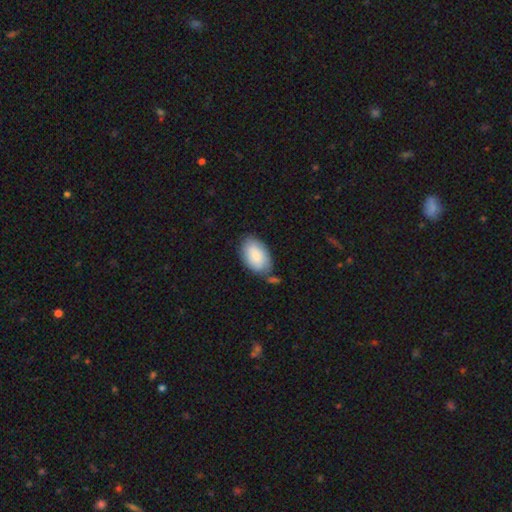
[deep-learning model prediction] Morphology: type=smooth (85%); roundness=in between (94%); merging=none (62%).